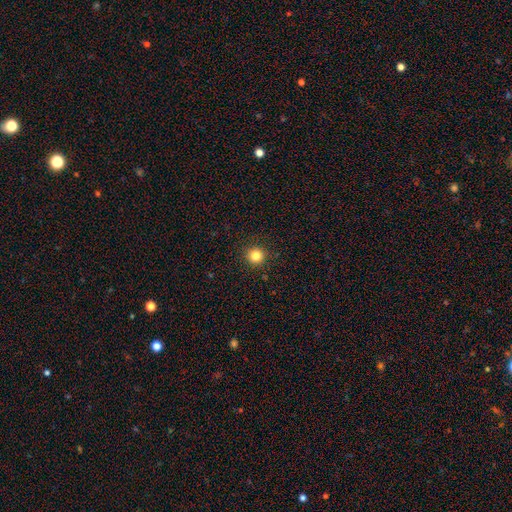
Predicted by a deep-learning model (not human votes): Smooth or featured? smooth (82%)
How rounded? round (95%)
Merging? none (92%)